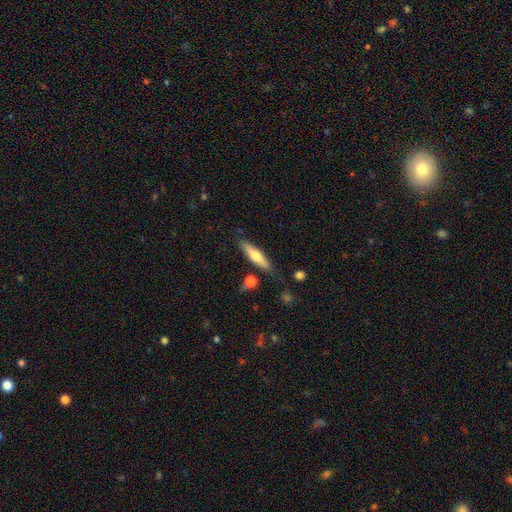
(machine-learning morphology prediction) Q: Smooth or featured?
A: smooth (54%); runner-up: featured or disk (40%)
Q: How rounded?
A: cigar-shaped (78%); runner-up: in between (20%)
Q: Merging?
A: none (79%); runner-up: minor disturbance (13%)